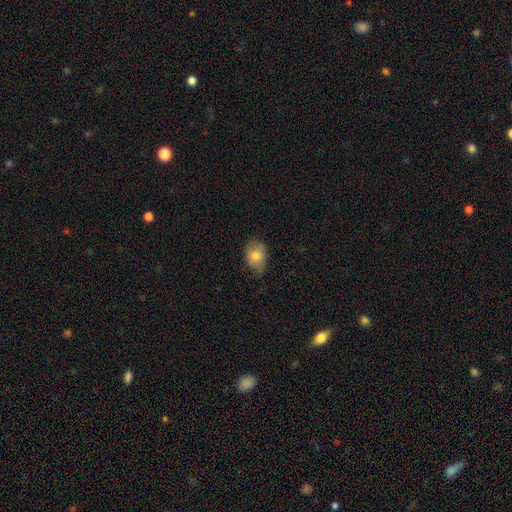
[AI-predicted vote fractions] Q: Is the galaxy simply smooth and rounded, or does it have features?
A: smooth — 77%.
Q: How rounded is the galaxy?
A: in between — 71%.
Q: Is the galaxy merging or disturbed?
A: none — 63%.